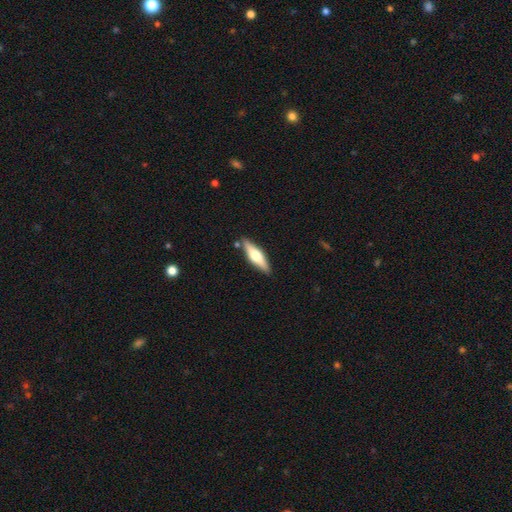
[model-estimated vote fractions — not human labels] The model was most divided on "smooth or featured": featured or disk: 51%, smooth: 44%, star or artifact: 5%. More confident: edge-on disk — yes (93%); merging — none (84%).